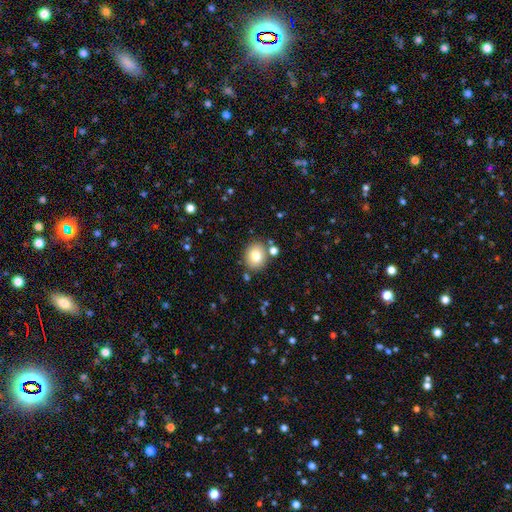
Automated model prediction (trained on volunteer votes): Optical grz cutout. It shows a smooth galaxy with no disk features (78%) that is round (62%). Merging: none (80%).